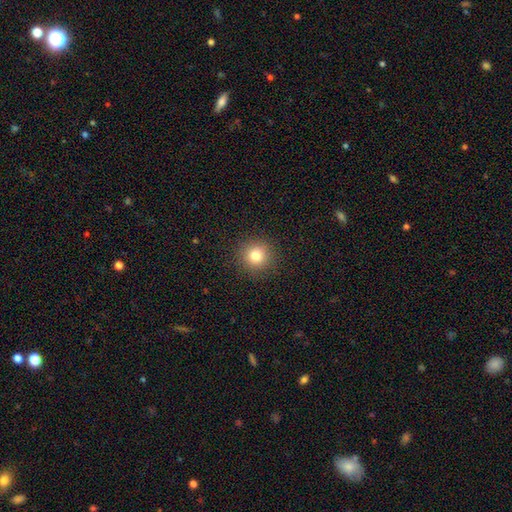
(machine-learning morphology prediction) A smooth galaxy with no disk features (80%) that is round (94%).

Vote fractions:
- Smooth or featured? smooth: 80% / star or artifact: 13% / featured or disk: 7%
- How rounded? round: 94% / in between: 5% / cigar-shaped: 1%
- Merging? none: 91% / minor disturbance: 6% / major disturbance: 2% / merger: 1%